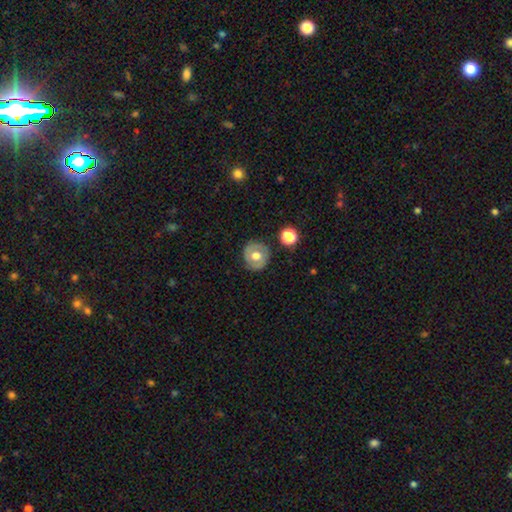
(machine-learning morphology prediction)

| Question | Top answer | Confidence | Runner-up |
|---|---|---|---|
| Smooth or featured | smooth | 51% | featured or disk (40%) |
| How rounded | round | 88% | in between (11%) |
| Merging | none | 83% | minor disturbance (11%) |